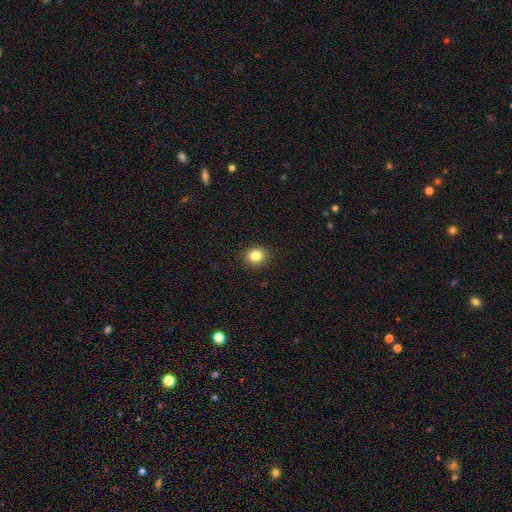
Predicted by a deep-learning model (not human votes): Smooth or featured? smooth (84%)
How rounded? round (70%)
Merging? none (91%)